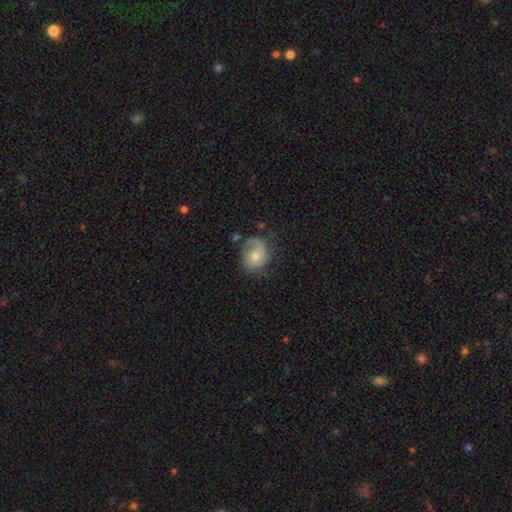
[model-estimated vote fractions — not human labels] featured or disk 60%, smooth 32%, star or artifact 8%. Down the decision tree: edge-on disk — no (97%); bar — no (72%); spiral arms — yes (86%); spiral arm count — 1 (53%); spiral winding — tight (38%, tied with medium); bulge size — moderate (51%); merging — none (56%).